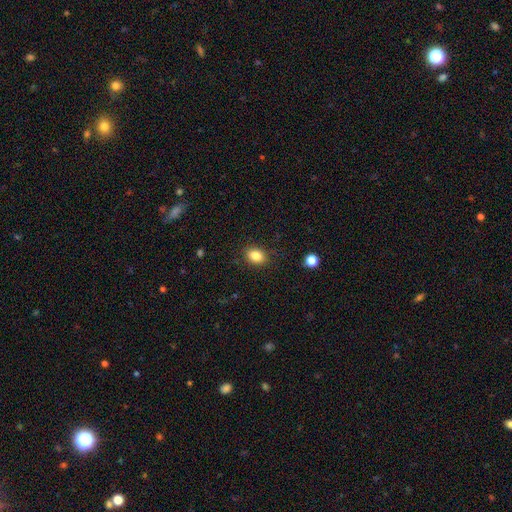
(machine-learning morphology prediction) Smooth or featured: smooth — 85% (star or artifact — 10%)
How rounded: in between — 73% (round — 26%)
Merging: none — 85% (minor disturbance — 11%)